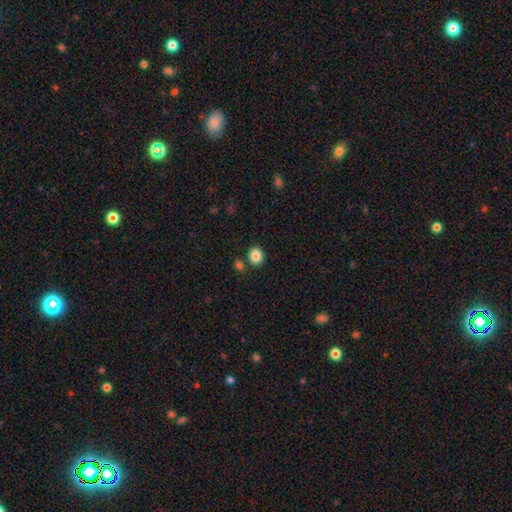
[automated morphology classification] A smooth galaxy with no disk features (85%) that is round (69%). Merging: none (81%).